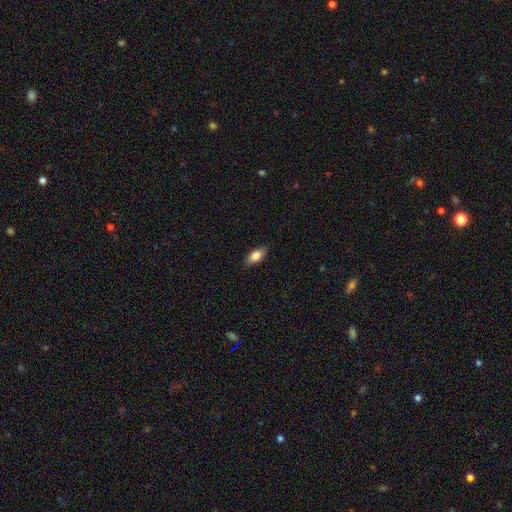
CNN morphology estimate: Smooth or featured?
  - smooth: 81% *
  - featured or disk: 12%
  - star or artifact: 7%
How rounded?
  - in between: 86% *
  - cigar-shaped: 11%
  - round: 3%
Merging?
  - none: 87% *
  - minor disturbance: 10%
  - major disturbance: 2%
  - merger: 1%